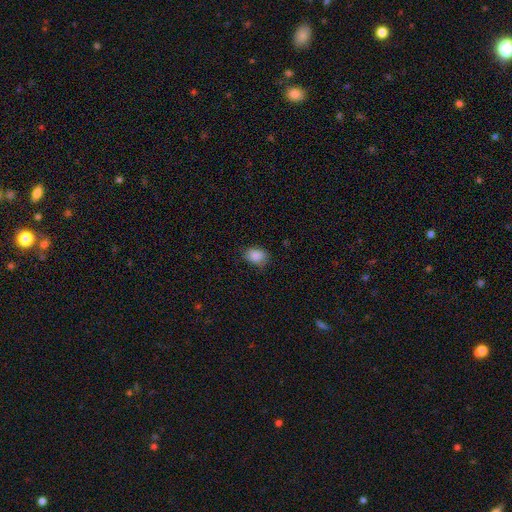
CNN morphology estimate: A smooth galaxy with no disk features (88%) that is in between round and cigar-shaped (65%).

Vote fractions:
- Smooth or featured? smooth: 88% / star or artifact: 9% / featured or disk: 4%
- How rounded? in between: 65% / round: 34% / cigar-shaped: 1%
- Merging? none: 77% / minor disturbance: 18% / major disturbance: 4% / merger: 1%